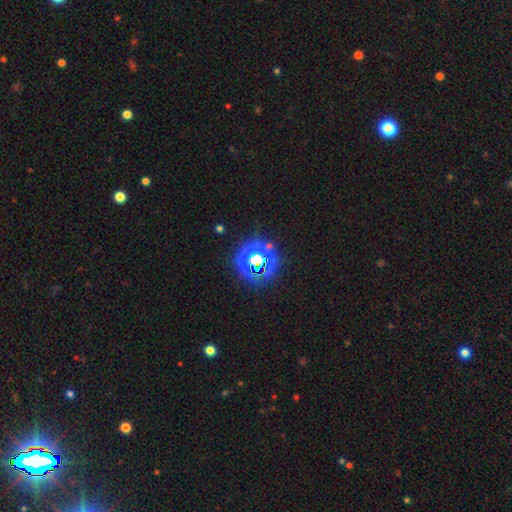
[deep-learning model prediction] Morphology: type=star or artifact (73%).